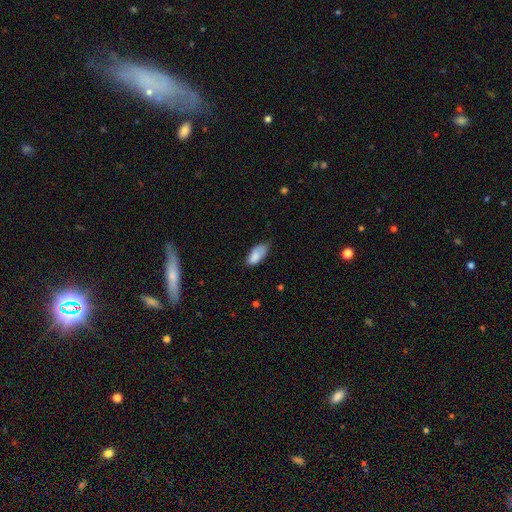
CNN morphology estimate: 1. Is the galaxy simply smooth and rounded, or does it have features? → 82% smooth, 10% featured or disk, 7% star or artifact.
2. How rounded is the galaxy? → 90% in between, 7% cigar-shaped, 3% round.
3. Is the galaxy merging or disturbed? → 51% none, 38% minor disturbance, 9% major disturbance, 2% merger.